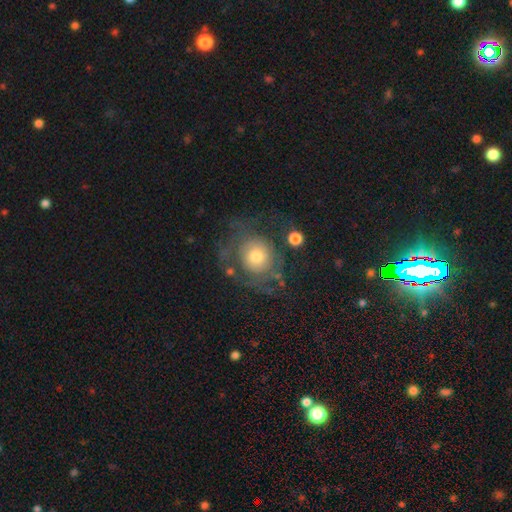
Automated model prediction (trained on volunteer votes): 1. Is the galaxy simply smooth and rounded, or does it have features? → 53% featured or disk, 35% smooth, 12% star or artifact.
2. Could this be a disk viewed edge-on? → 96% no, 4% yes.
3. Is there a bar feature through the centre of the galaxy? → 86% no, 11% weak, 3% strong.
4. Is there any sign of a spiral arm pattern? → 59% yes, 41% no.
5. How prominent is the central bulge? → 55% moderate, 28% small, 13% large, 2% dominant, 2% none.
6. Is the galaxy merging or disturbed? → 58% none, 21% major disturbance, 18% minor disturbance, 3% merger.